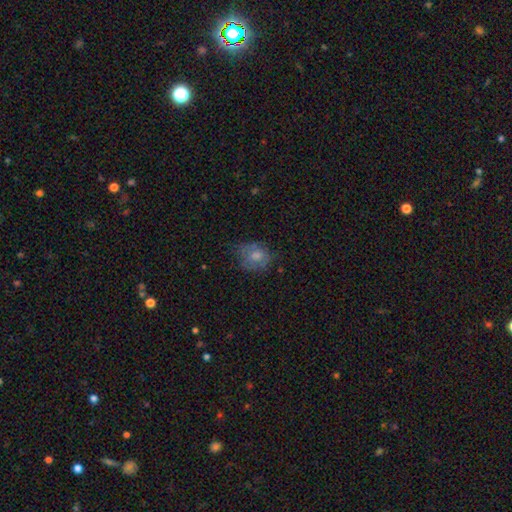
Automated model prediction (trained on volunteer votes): A smooth galaxy with no disk features (66%) that is round (62%).

Vote fractions:
- Smooth or featured? smooth: 66% / featured or disk: 24% / star or artifact: 10%
- How rounded? round: 62% / in between: 37% / cigar-shaped: 1%
- Merging? none: 52% / minor disturbance: 29% / major disturbance: 17% / merger: 2%